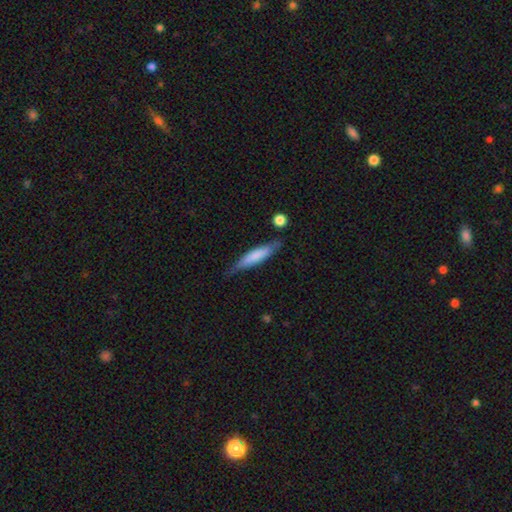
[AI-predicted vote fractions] smooth_or_featured: smooth (p=0.68) [alt: featured or disk p=0.26]
how_rounded: cigar-shaped (p=0.84) [alt: in between p=0.14]
merging: none (p=0.70) [alt: minor disturbance p=0.22]